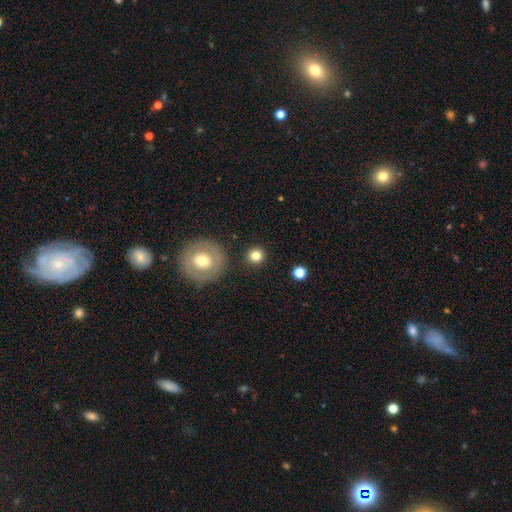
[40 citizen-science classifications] Smooth or featured?
  - smooth: 80% *
  - star or artifact: 12%
  - featured or disk: 8%
How rounded?
  - round: 100% *
  - in between: 0%
  - cigar-shaped: 0%
Merging?
  - none: 89% *
  - minor disturbance: 11%
  - major disturbance: 0%
  - merger: 0%